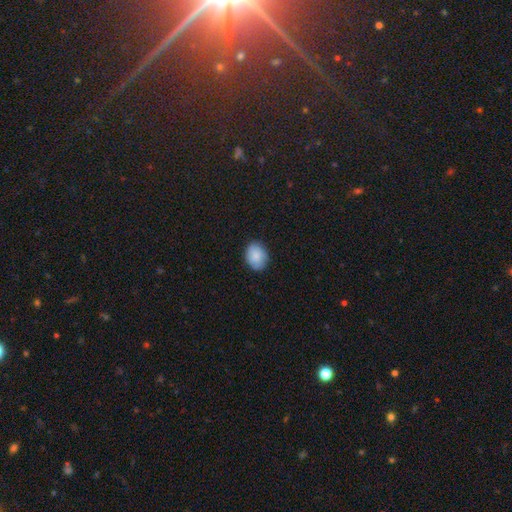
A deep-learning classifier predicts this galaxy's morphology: This is clearly a smooth galaxy (87%). How rounded: likely in between (61%). Merging: clearly none (83%).